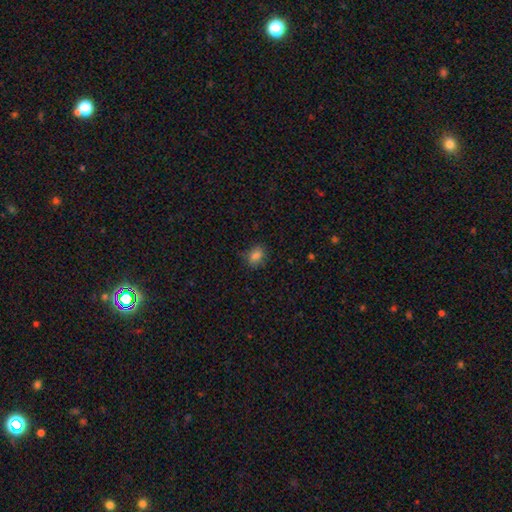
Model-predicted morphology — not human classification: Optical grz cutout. It shows a smooth galaxy with no disk features (83%) that is in between round and cigar-shaped (67%). Merging: none (78%).